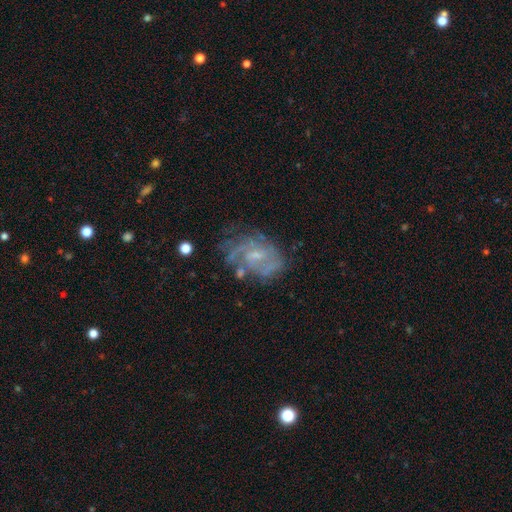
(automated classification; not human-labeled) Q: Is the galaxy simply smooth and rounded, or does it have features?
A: featured or disk — 76%.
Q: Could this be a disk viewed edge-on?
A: no — 97%.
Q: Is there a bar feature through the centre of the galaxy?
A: no — 46%, tied with weak.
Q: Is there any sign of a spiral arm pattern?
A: yes — 82%.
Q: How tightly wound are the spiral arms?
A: tight — 45%.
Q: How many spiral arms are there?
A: can't tell — 41%.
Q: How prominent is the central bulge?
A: small — 54%.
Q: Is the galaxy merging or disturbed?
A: none — 53%.